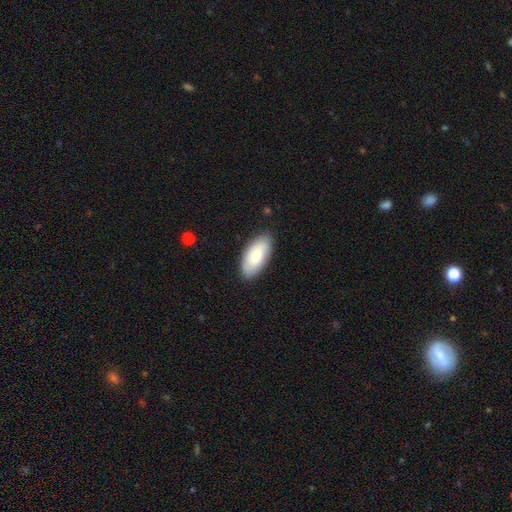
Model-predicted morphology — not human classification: The model was most divided on "smooth or featured": smooth: 77%, featured or disk: 18%, star or artifact: 6%. More confident: how rounded — in between (92%); merging — none (85%).